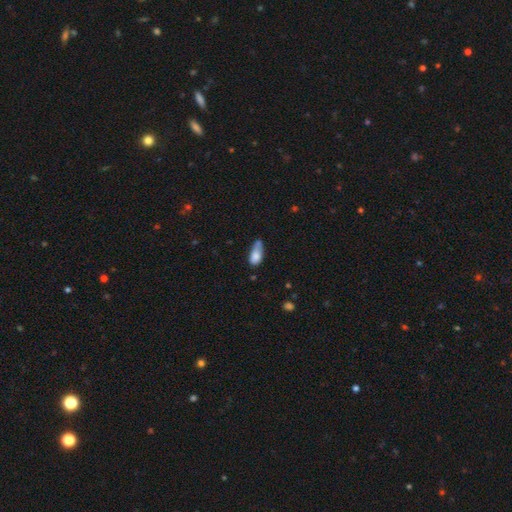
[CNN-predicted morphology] Smooth or featured? smooth (76%)
How rounded? in between (84%)
Merging? minor disturbance (36%)